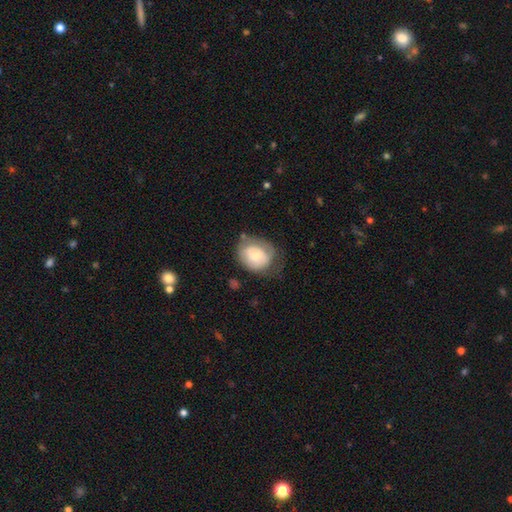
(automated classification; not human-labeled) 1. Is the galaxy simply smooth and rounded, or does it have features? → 59% smooth, 35% featured or disk, 7% star or artifact.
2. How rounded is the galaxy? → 56% round, 44% in between, 1% cigar-shaped.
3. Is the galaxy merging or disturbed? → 49% none, 32% minor disturbance, 16% major disturbance, 3% merger.